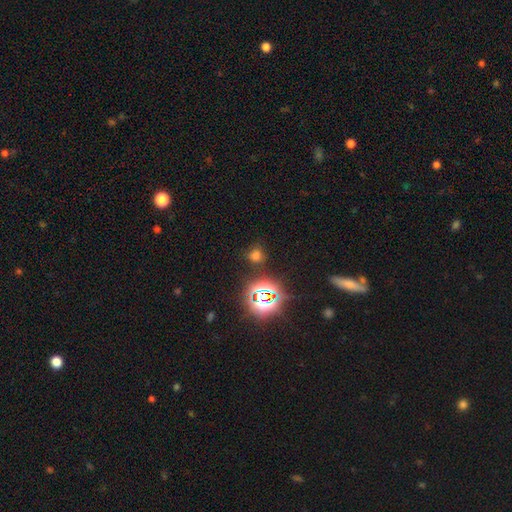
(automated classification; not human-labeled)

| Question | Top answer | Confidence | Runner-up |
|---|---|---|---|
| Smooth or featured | smooth | 55% | star or artifact (39%) |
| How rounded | round | 74% | in between (24%) |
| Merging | none | 76% | minor disturbance (13%) |